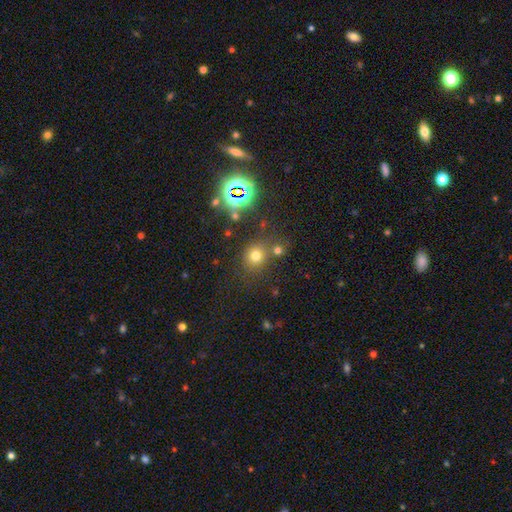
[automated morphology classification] Q: Smooth or featured?
A: smooth (66%); runner-up: star or artifact (25%)
Q: How rounded?
A: round (82%); runner-up: in between (17%)
Q: Merging?
A: none (72%); runner-up: merger (13%)